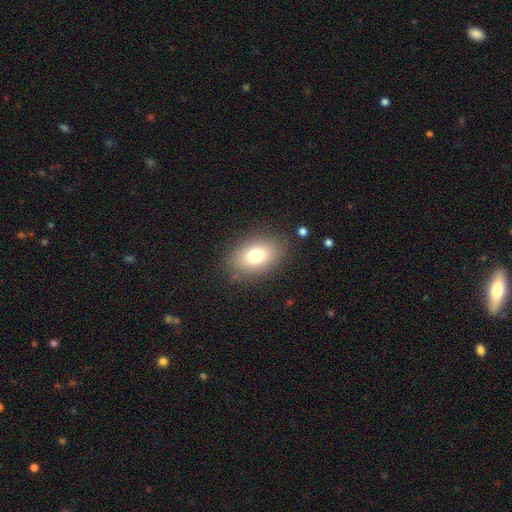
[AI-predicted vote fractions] Overall: smooth (76%). How rounded: in between (79%). Merging: none (84%).